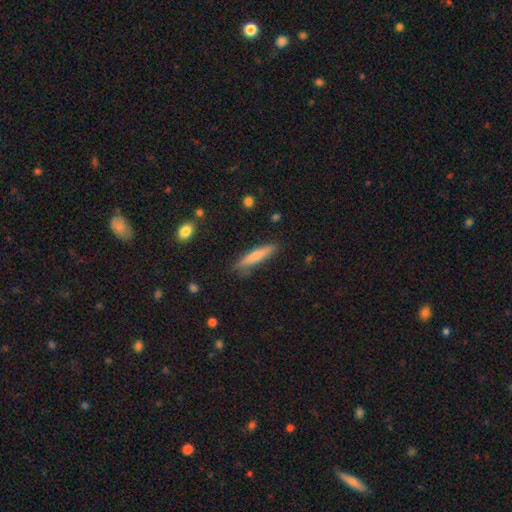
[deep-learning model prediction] smooth 66%, featured or disk 27%, star or artifact 6%. Down the decision tree: how rounded — cigar-shaped (88%); merging — none (84%).